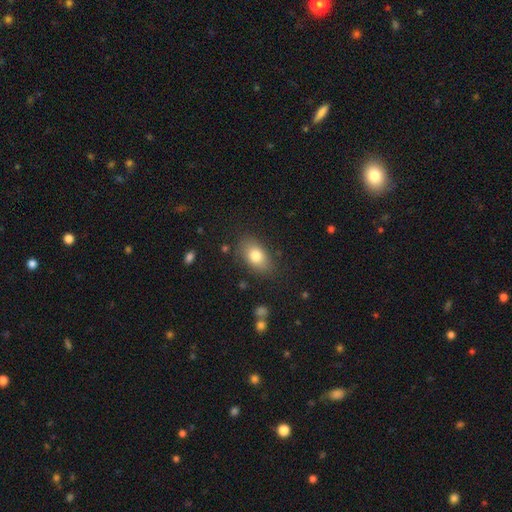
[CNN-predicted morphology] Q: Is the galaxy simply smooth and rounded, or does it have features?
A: smooth — 79%.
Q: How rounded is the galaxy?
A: in between — 86%.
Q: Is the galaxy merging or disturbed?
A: none — 81%.